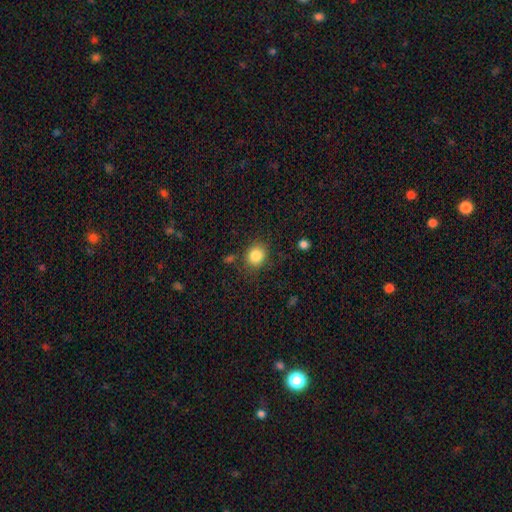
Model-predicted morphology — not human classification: type=smooth (85%); roundness=round (69%); merging=none (79%).